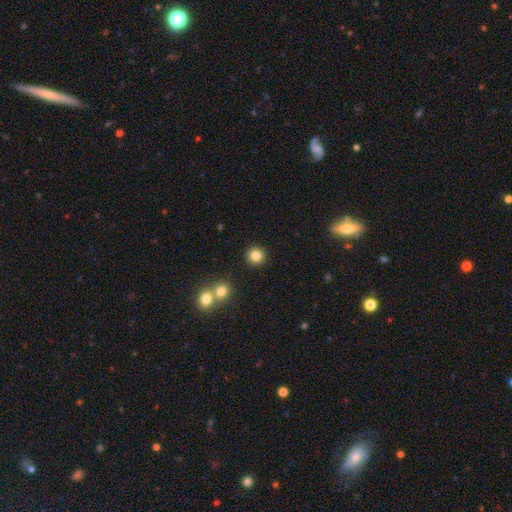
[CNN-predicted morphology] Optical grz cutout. It shows a smooth galaxy with no disk features (83%) that is round (94%). Merging: none (89%).